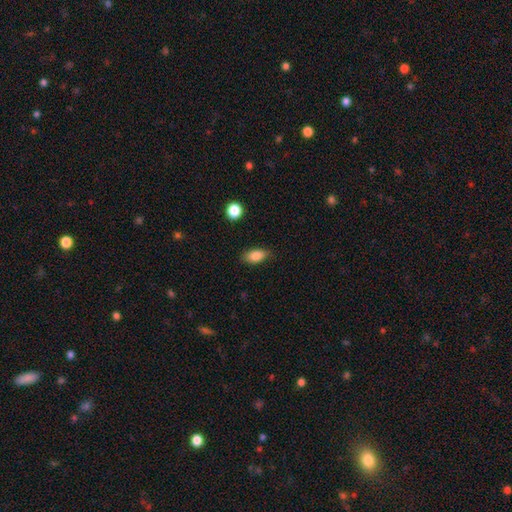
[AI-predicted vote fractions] Smooth or featured? Predicted: smooth (p=0.87). How rounded? Predicted: in between (p=0.89). Merging? Predicted: none (p=0.82).